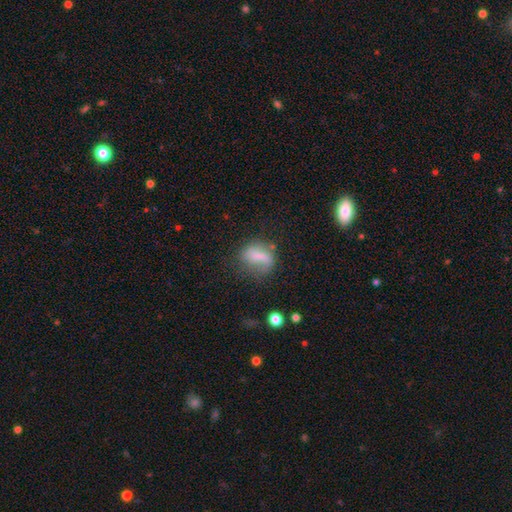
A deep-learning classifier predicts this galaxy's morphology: Q: Smooth or featured?
A: smooth (61%); runner-up: featured or disk (28%)
Q: How rounded?
A: in between (62%); runner-up: round (29%)
Q: Merging?
A: none (48%); runner-up: minor disturbance (27%)